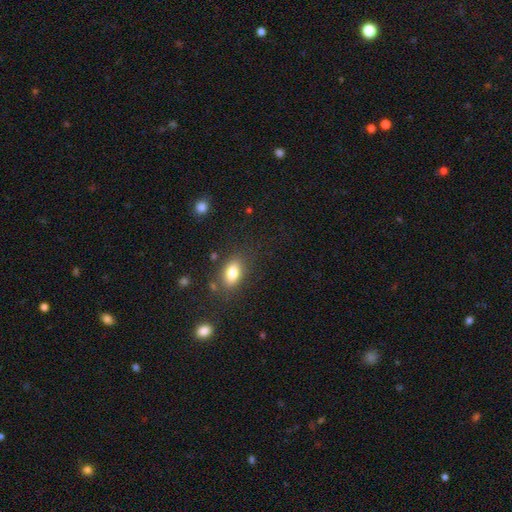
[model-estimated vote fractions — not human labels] Morphology: type=smooth (66%); roundness=in between (61%); merging=none (80%).